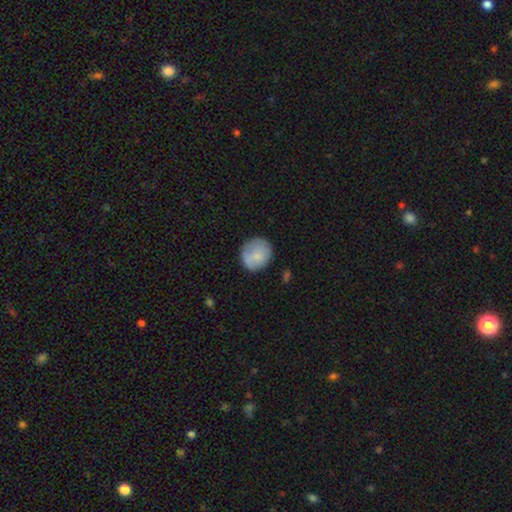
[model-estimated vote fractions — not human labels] The model was most divided on "merging": none: 74%, minor disturbance: 19%, major disturbance: 5%, merger: 2%. More confident: how rounded — round (85%); smooth or featured — smooth (81%).